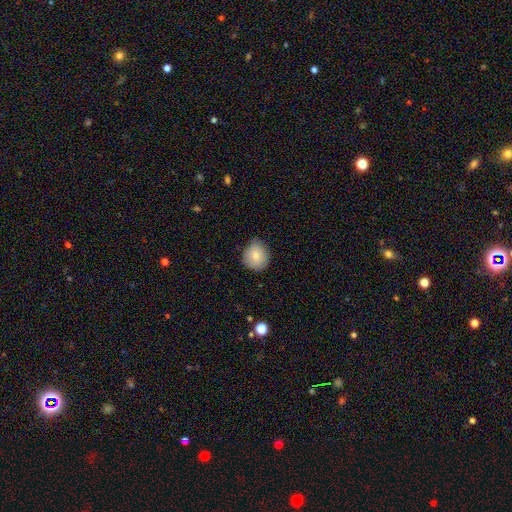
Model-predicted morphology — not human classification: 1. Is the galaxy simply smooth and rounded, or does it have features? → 80% smooth, 12% featured or disk, 8% star or artifact.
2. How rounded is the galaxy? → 85% round, 14% in between, 1% cigar-shaped.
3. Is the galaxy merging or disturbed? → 74% none, 21% minor disturbance, 3% major disturbance, 1% merger.